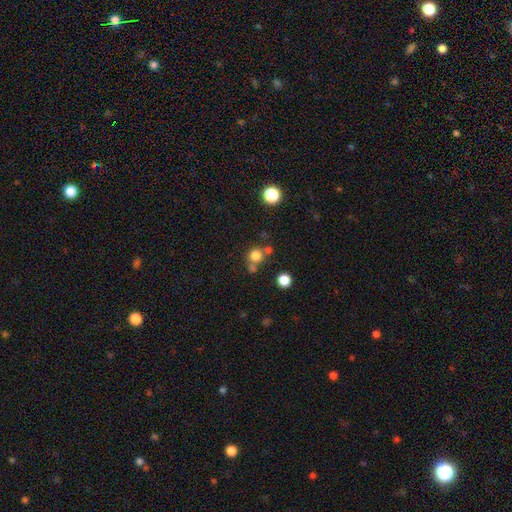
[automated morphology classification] This is likely a smooth galaxy (77%). How rounded: clearly round (90%). Merging: likely none (61%).